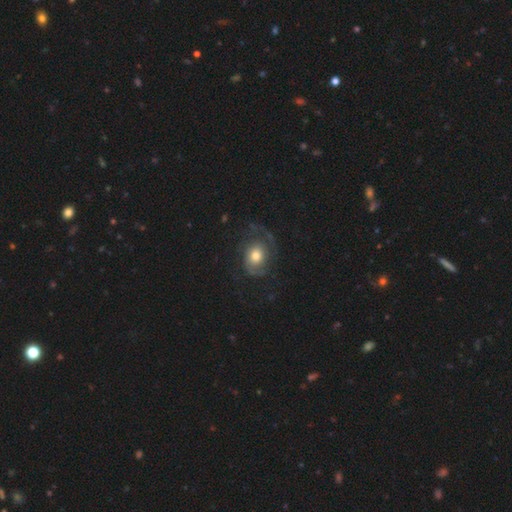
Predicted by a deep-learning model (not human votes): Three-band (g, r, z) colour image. It shows a featured or disk galaxy (68%) with no bar (78%), 2 (55%) medium (40%) spiral arms (90%) and a moderate central bulge (63%). Merging: none (56%).